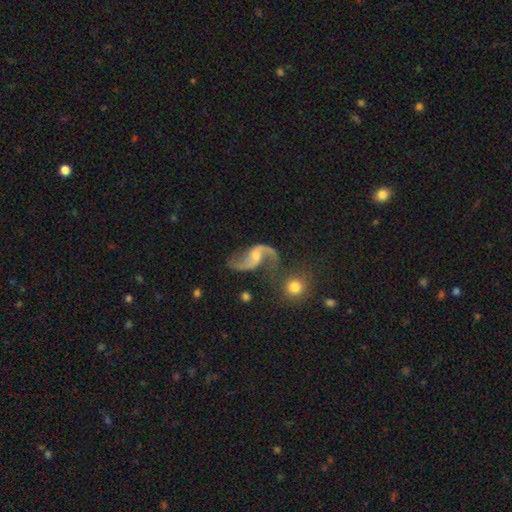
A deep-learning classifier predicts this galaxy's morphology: smooth_or_featured: featured or disk (p=0.90) [alt: smooth p=0.05]
disk_edge_on: no (p=0.98) [alt: yes p=0.02]
bar: no (p=0.50) [alt: weak p=0.39]
has_spiral_arms: yes (p=0.97) [alt: no p=0.03]
spiral_winding: loose (p=0.85) [alt: medium p=0.13]
spiral_arm_count: 2 (p=0.93) [alt: 1 p=0.02]
bulge_size: small (p=0.51) [alt: moderate p=0.36]
merging: none (p=0.63) [alt: minor disturbance p=0.16]